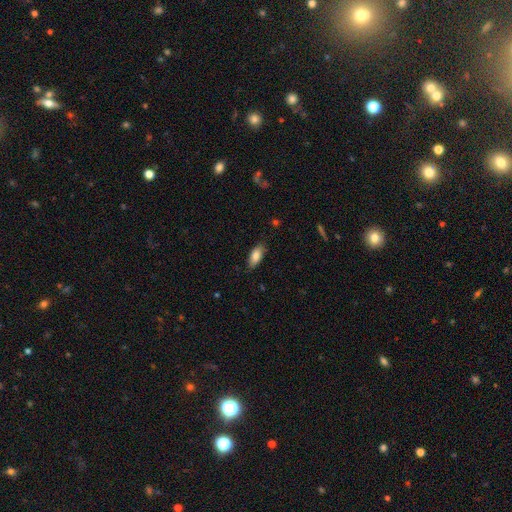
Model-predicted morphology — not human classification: Smooth or featured? smooth (83%)
How rounded? in between (87%)
Merging? none (84%)